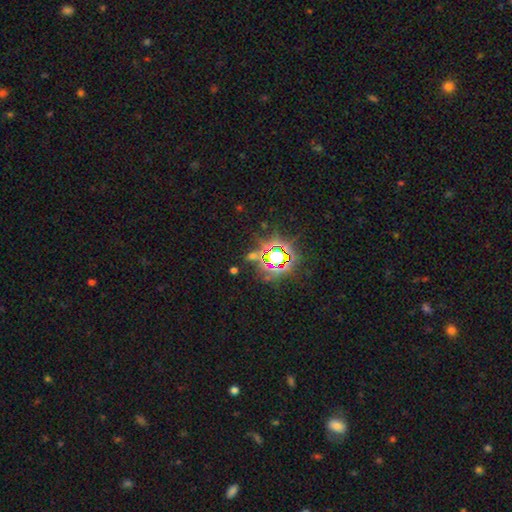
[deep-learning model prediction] This appears to be a star or artifact, not a galaxy (78%).